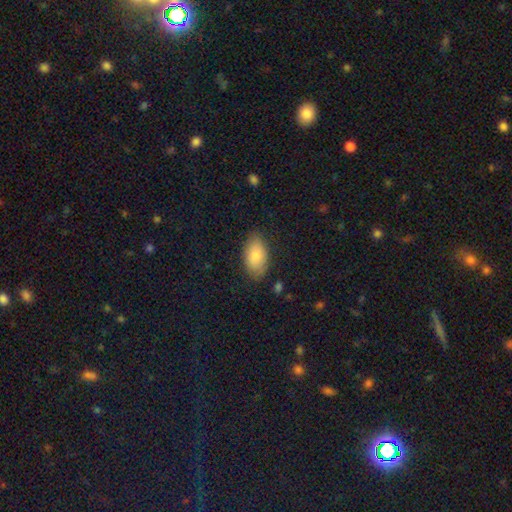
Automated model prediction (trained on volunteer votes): smooth 83%, featured or disk 10%, star or artifact 7%. Down the decision tree: how rounded — in between (93%); merging — none (80%).